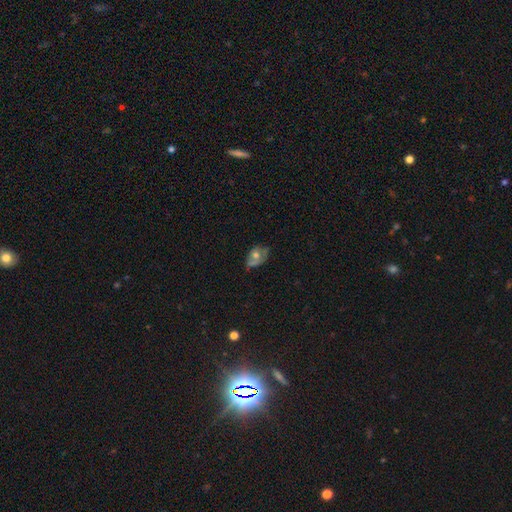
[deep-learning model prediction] smooth 46%, featured or disk 43%, star or artifact 11%. Down the decision tree: merging — none (38%).